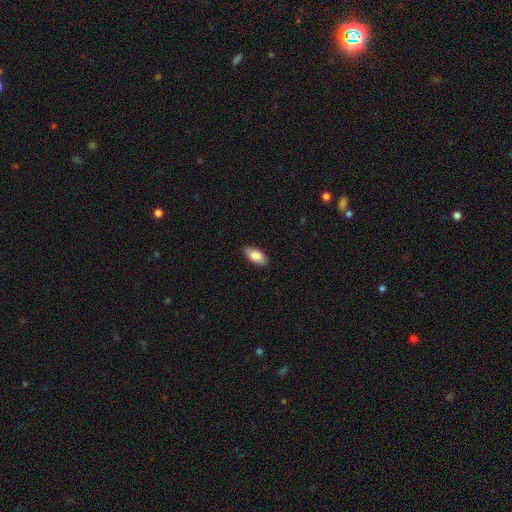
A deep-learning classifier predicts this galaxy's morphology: Smooth or featured?
  - smooth: 83% *
  - featured or disk: 11%
  - star or artifact: 6%
How rounded?
  - in between: 92% *
  - cigar-shaped: 6%
  - round: 2%
Merging?
  - none: 85% *
  - minor disturbance: 12%
  - major disturbance: 2%
  - merger: 1%